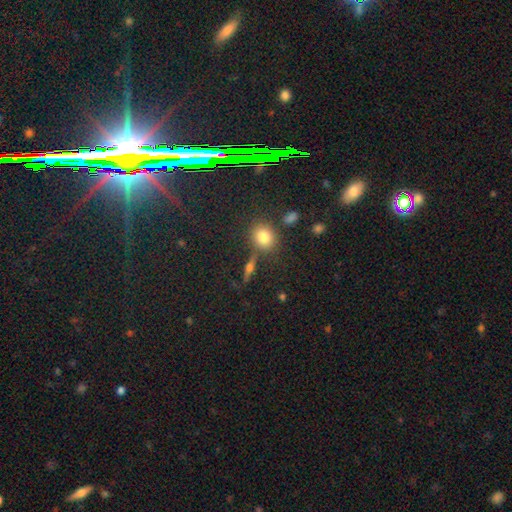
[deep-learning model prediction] This appears to be a star or artifact, not a galaxy (75%).